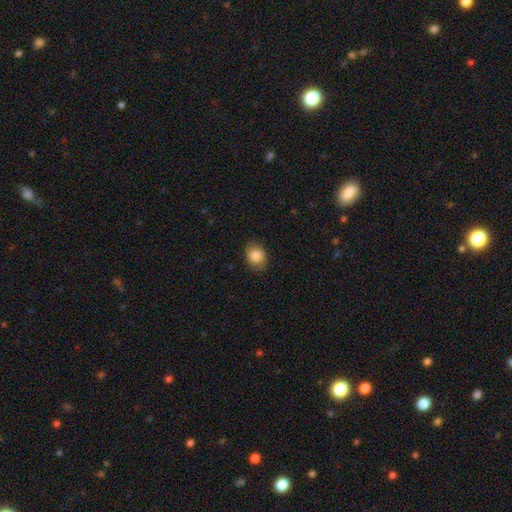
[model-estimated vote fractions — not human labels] Overall: smooth (87%). How rounded: in between (51%; round 48%). Merging: none (82%).